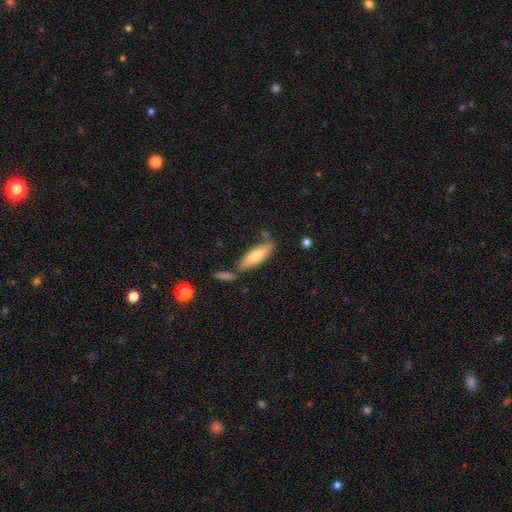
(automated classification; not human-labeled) smooth 70%, featured or disk 24%, star or artifact 6%. Down the decision tree: how rounded — cigar-shaped (52%); merging — none (64%).